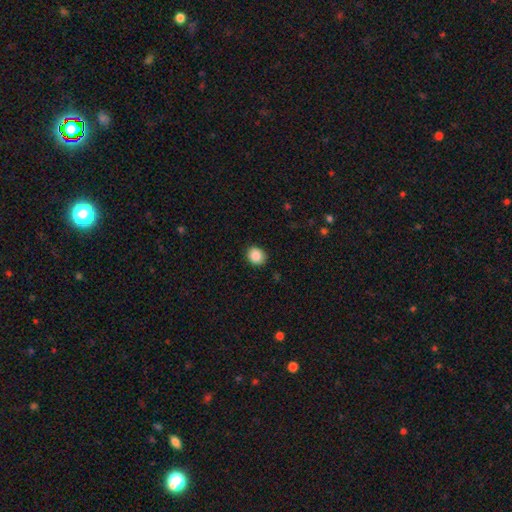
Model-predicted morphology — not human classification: This is clearly a smooth galaxy (88%). How rounded: likely round (68%). Merging: clearly none (89%).